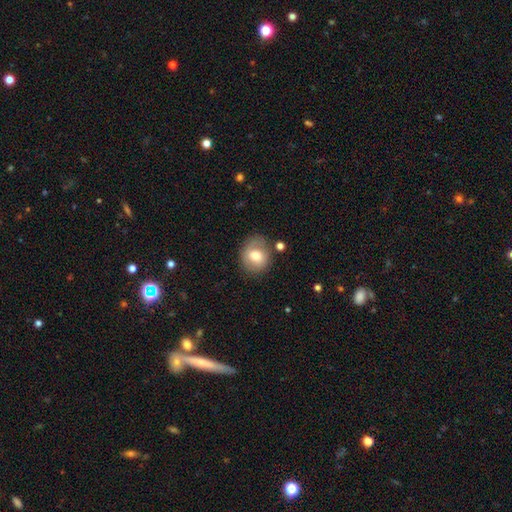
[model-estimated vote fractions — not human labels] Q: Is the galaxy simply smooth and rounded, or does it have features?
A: smooth — 67%.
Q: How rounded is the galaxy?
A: round — 72%.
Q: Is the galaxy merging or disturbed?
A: none — 75%.